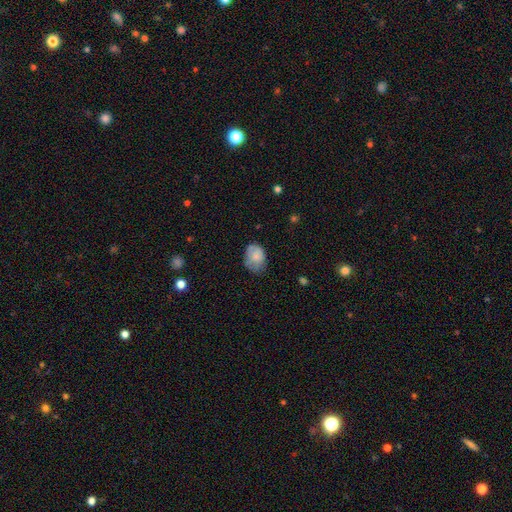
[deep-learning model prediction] Q: Smooth or featured?
A: smooth (77%); runner-up: featured or disk (16%)
Q: How rounded?
A: in between (73%); runner-up: round (26%)
Q: Merging?
A: none (55%); runner-up: minor disturbance (32%)